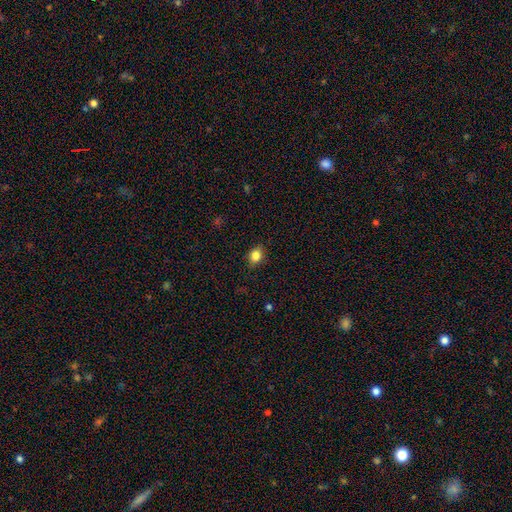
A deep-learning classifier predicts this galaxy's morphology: The model was most divided on "how rounded": in between: 56%, round: 42%, cigar-shaped: 1%. More confident: merging — none (87%); smooth or featured — smooth (84%).